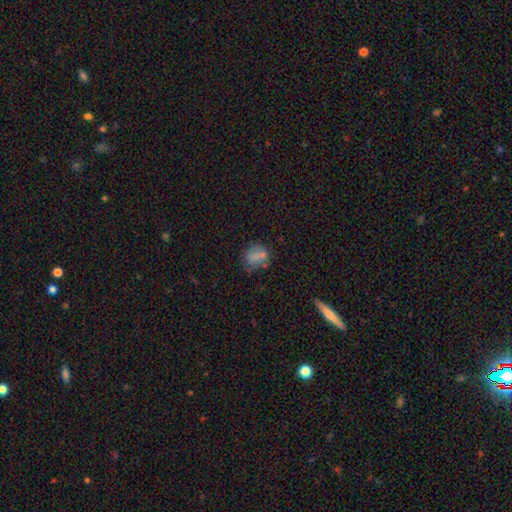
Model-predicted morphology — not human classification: Smooth or featured? smooth (68%)
How rounded? in between (50%)
Merging? none (68%)